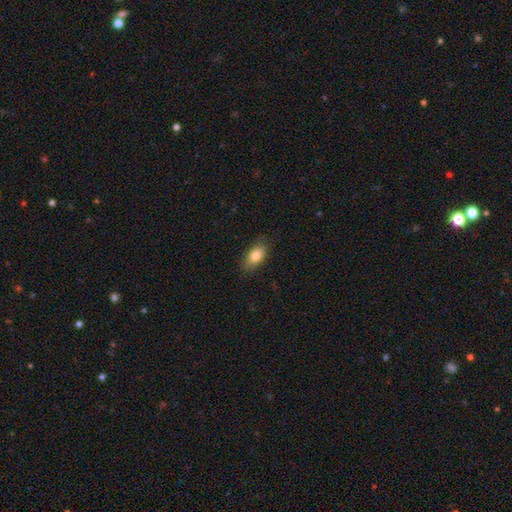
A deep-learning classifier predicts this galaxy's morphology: Q: Smooth or featured?
A: smooth (81%); runner-up: featured or disk (12%)
Q: How rounded?
A: in between (88%); runner-up: round (7%)
Q: Merging?
A: none (82%); runner-up: minor disturbance (14%)